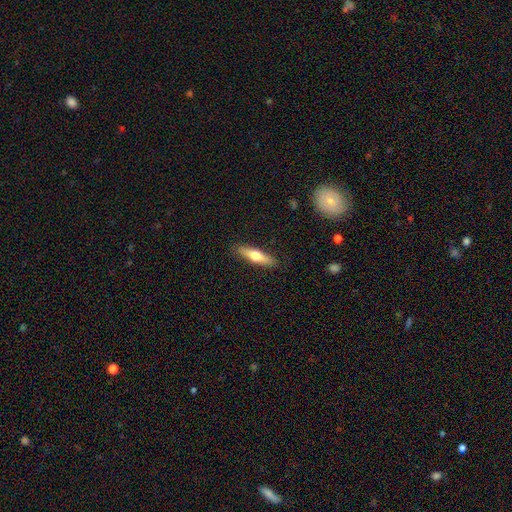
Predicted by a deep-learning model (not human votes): A smooth galaxy with no disk features (59%) that is cigar-shaped (74%). Merging: none (88%).